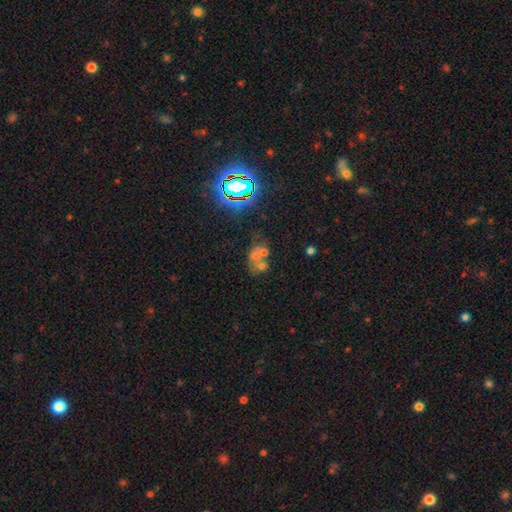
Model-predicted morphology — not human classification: The model was most divided on "smooth or featured": star or artifact: 40%, smooth: 37%, featured or disk: 23%.